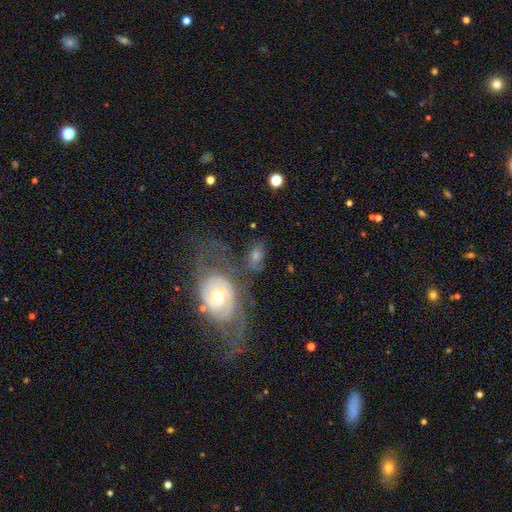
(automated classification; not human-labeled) smooth-or-featured: featured or disk: 64% | smooth: 26% | star or artifact: 10%
  disk-edge-on: no: 93% | yes: 7%
    bar: no: 60% | weak: 30% | strong: 10%
    has-spiral-arms: yes: 73% | no: 27%
    bulge-size: moderate: 61% | small: 30% | large: 6% | none: 2% | dominant: 2%
  merging: none: 45% | major disturbance: 22% | minor disturbance: 19% | merger: 14%